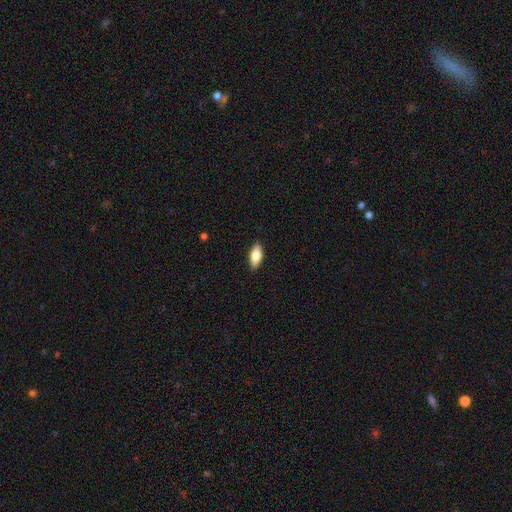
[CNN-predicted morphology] Q: Smooth or featured?
A: smooth (75%); runner-up: featured or disk (19%)
Q: How rounded?
A: in between (81%); runner-up: cigar-shaped (16%)
Q: Merging?
A: none (89%); runner-up: minor disturbance (8%)